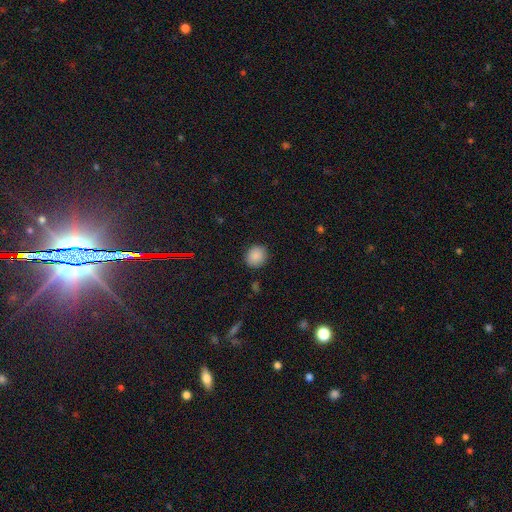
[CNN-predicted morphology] Overall: smooth (87%). How rounded: round (78%). Merging: none (87%).